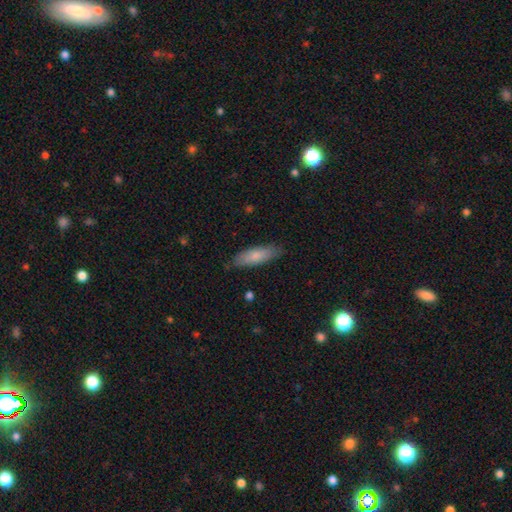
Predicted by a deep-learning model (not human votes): smooth_or_featured: smooth (p=0.77) [alt: featured or disk p=0.17]
how_rounded: cigar-shaped (p=0.50) [alt: in between p=0.48]
merging: none (p=0.83) [alt: minor disturbance p=0.13]